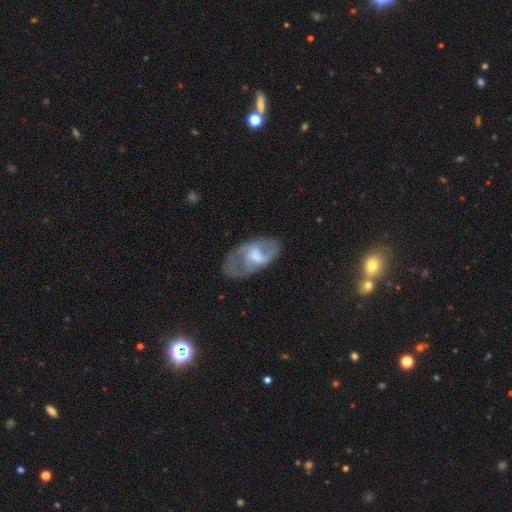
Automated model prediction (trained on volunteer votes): smooth_or_featured: featured or disk (p=0.57) [alt: smooth p=0.37]
disk_edge_on: no (p=0.94) [alt: yes p=0.06]
bar: weak (p=0.50) [alt: no p=0.33]
has_spiral_arms: yes (p=0.65) [alt: no p=0.35]
bulge_size: moderate (p=0.41) [alt: small p=0.24]
merging: none (p=0.58) [alt: minor disturbance p=0.23]